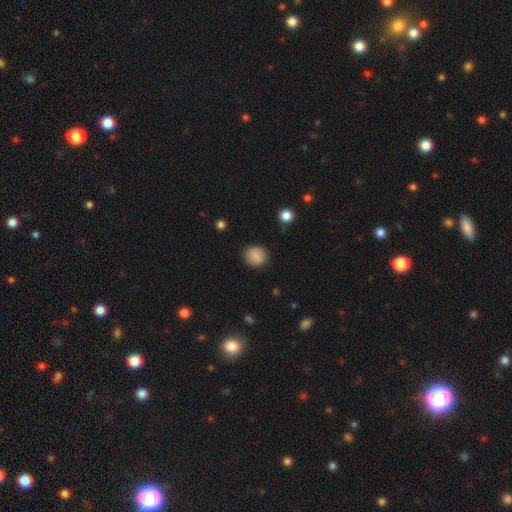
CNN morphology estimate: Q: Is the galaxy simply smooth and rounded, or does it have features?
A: smooth — 86%.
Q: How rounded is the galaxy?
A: round — 84%.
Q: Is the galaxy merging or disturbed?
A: none — 87%.